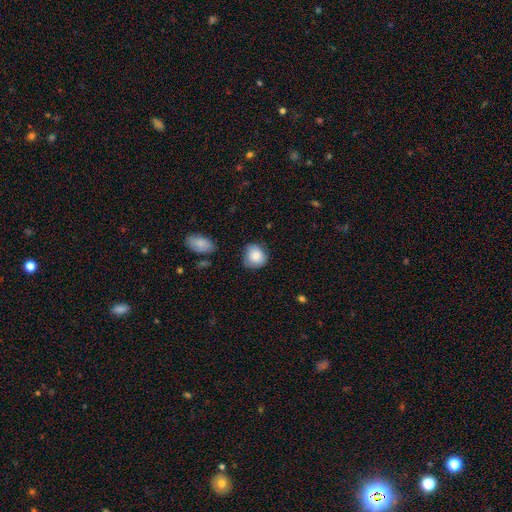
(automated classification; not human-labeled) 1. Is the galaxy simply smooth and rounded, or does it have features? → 83% smooth, 9% featured or disk, 7% star or artifact.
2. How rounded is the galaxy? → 77% round, 22% in between, 1% cigar-shaped.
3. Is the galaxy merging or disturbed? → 66% none, 27% minor disturbance, 5% major disturbance, 2% merger.